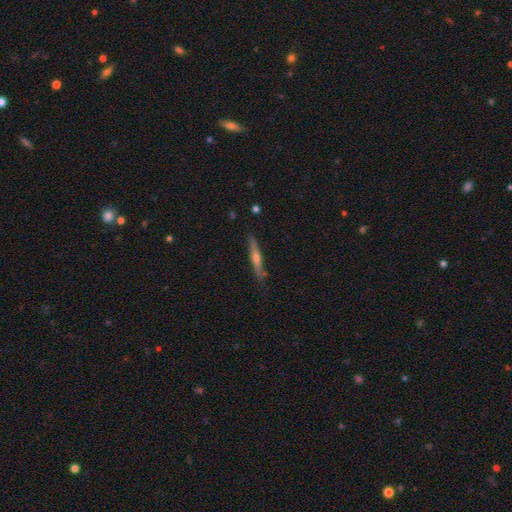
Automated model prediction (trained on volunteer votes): Smooth or featured? Predicted: featured or disk (p=0.63). Edge-on disk? Predicted: yes (p=0.95). Edge-on bulge? Predicted: rounded (p=0.82). Merging? Predicted: none (p=0.85).